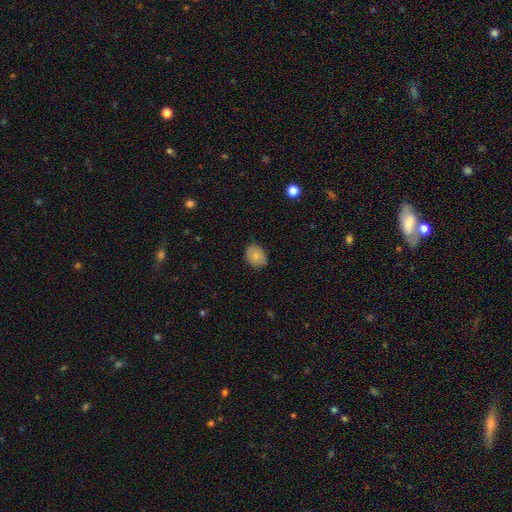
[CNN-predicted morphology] smooth_or_featured: smooth (p=0.79) [alt: featured or disk p=0.14]
how_rounded: in between (p=0.66) [alt: round p=0.33]
merging: none (p=0.81) [alt: minor disturbance p=0.15]